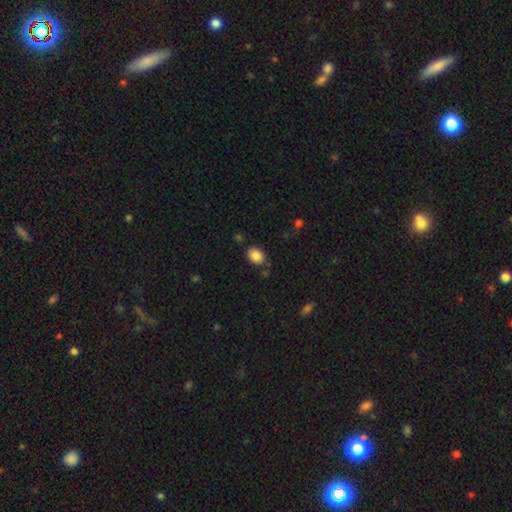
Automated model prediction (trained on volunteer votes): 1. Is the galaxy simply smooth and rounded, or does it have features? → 86% smooth, 9% star or artifact, 5% featured or disk.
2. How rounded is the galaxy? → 57% in between, 43% round, 1% cigar-shaped.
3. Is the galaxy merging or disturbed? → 81% none, 12% minor disturbance, 4% merger, 3% major disturbance.